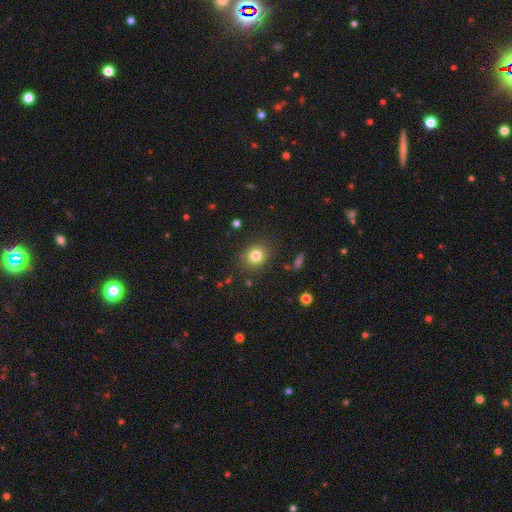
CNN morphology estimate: Q: Smooth or featured?
A: smooth (80%); runner-up: star or artifact (12%)
Q: How rounded?
A: round (74%); runner-up: in between (25%)
Q: Merging?
A: none (86%); runner-up: minor disturbance (9%)